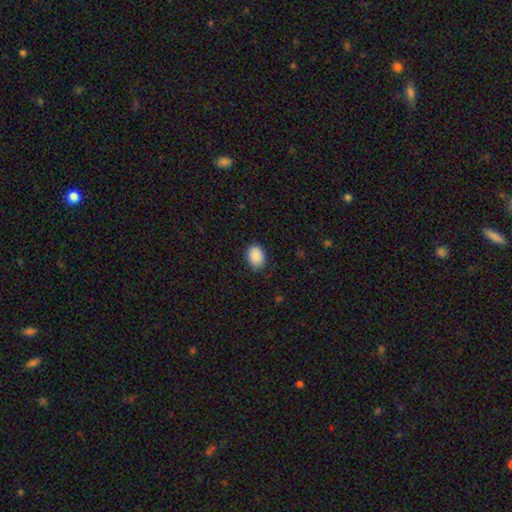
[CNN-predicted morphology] A smooth galaxy with no disk features (90%) that is in between round and cigar-shaped (70%).

Vote fractions:
- Smooth or featured? smooth: 90% / star or artifact: 7% / featured or disk: 2%
- How rounded? in between: 70% / round: 29% / cigar-shaped: 1%
- Merging? none: 85% / minor disturbance: 12% / major disturbance: 3% / merger: 1%